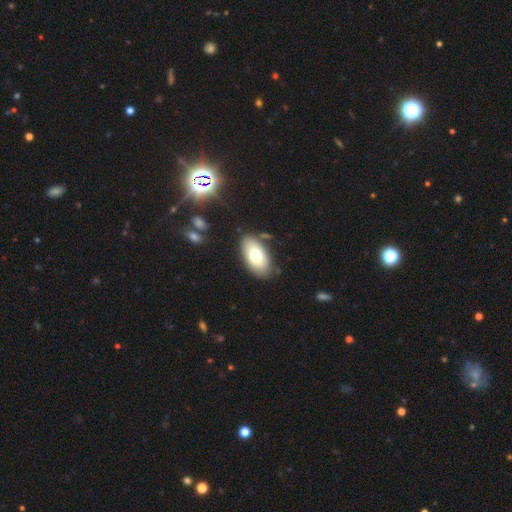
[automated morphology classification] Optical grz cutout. It shows a smooth galaxy with no disk features (74%) that is in between round and cigar-shaped (94%). Merging: none (82%).